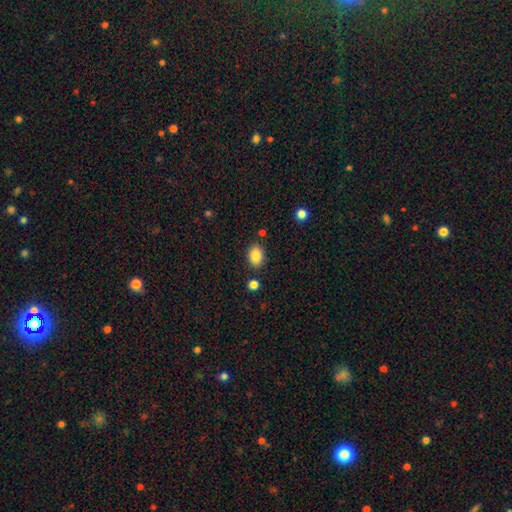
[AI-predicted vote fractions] smooth-or-featured: smooth: 85% | star or artifact: 8% | featured or disk: 7%
  how-rounded: in between: 78% | round: 21% | cigar-shaped: 1%
  merging: none: 83% | minor disturbance: 10% | merger: 4% | major disturbance: 2%